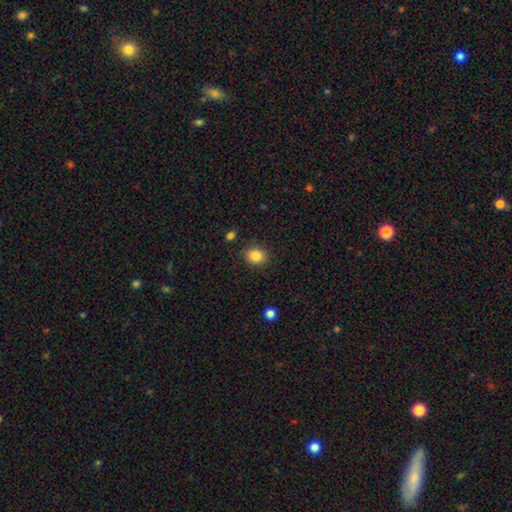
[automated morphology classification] Smooth or featured? smooth (86%)
How rounded? round (60%)
Merging? none (87%)